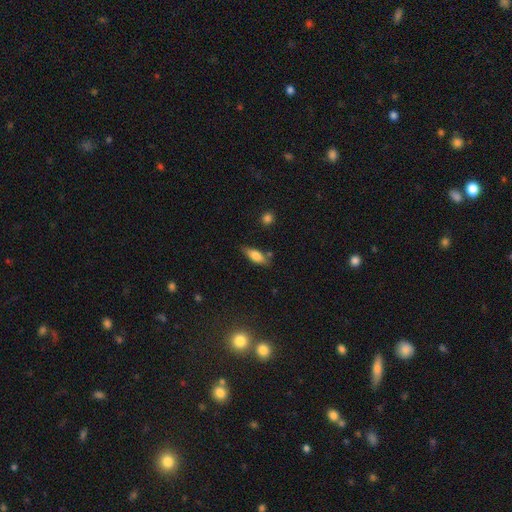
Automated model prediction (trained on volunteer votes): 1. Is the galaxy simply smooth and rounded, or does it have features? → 74% smooth, 18% featured or disk, 8% star or artifact.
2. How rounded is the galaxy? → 70% in between, 27% cigar-shaped, 3% round.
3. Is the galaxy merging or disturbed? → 71% none, 19% minor disturbance, 5% merger, 4% major disturbance.